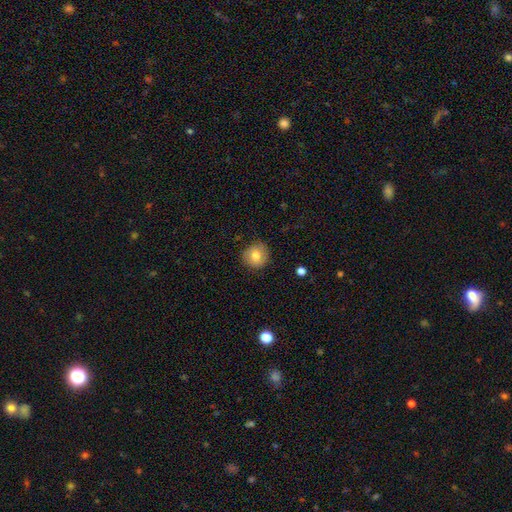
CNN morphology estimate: type=smooth (76%); roundness=round (87%); merging=none (85%).